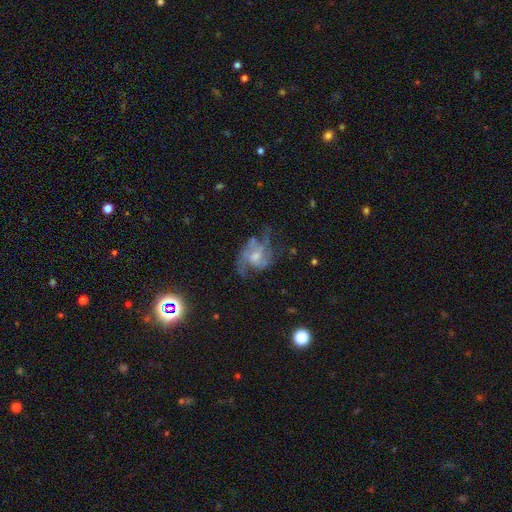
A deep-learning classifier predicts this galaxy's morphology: This is likely a featured or disk galaxy (72%). It is clearly not viewed edge-on (97%). Bar: likely no (61%). Spiral arm pattern: likely yes (77%). Spiral arm count: marginally 2 (42%). Spiral winding: possibly medium (46%). Central bulge: marginally moderate (44%). Merging: possibly none (45%).